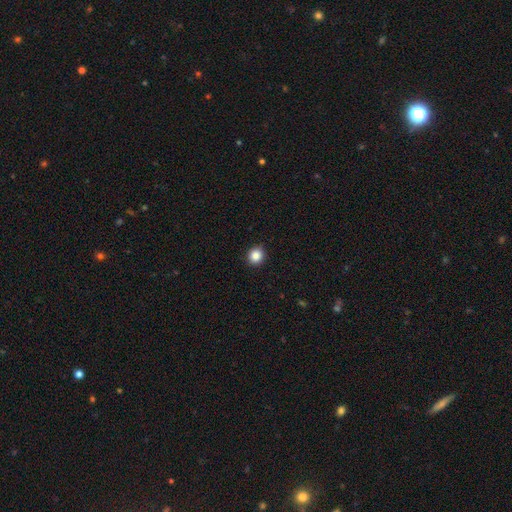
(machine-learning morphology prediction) Q: Smooth or featured?
A: smooth (86%); runner-up: star or artifact (10%)
Q: How rounded?
A: round (86%); runner-up: in between (13%)
Q: Merging?
A: none (90%); runner-up: minor disturbance (7%)